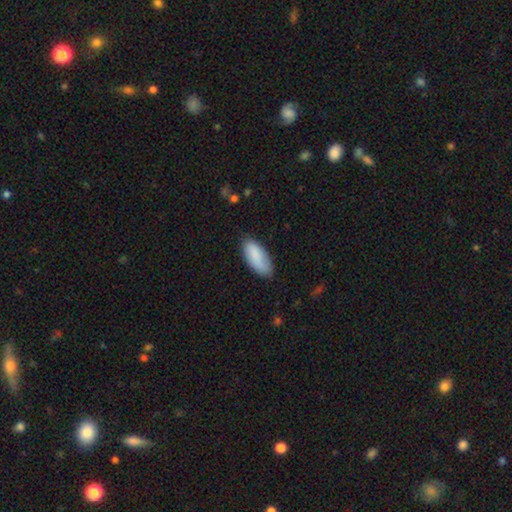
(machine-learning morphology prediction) This is clearly a smooth galaxy (86%). How rounded: clearly in between (87%). Merging: likely none (75%).